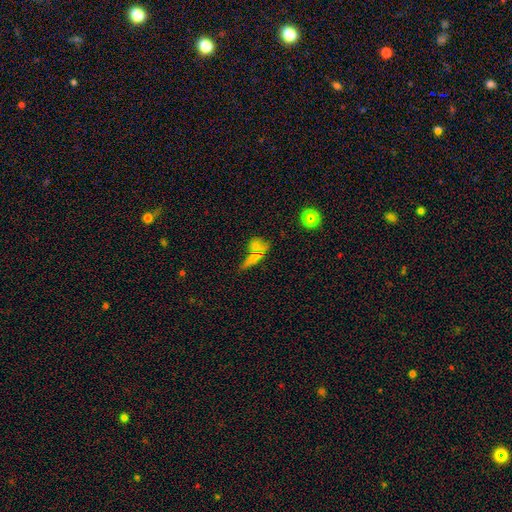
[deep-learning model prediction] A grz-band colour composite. It shows a smooth galaxy with no disk features (62%) that is cigar-shaped (54%). Merging: none (47%).